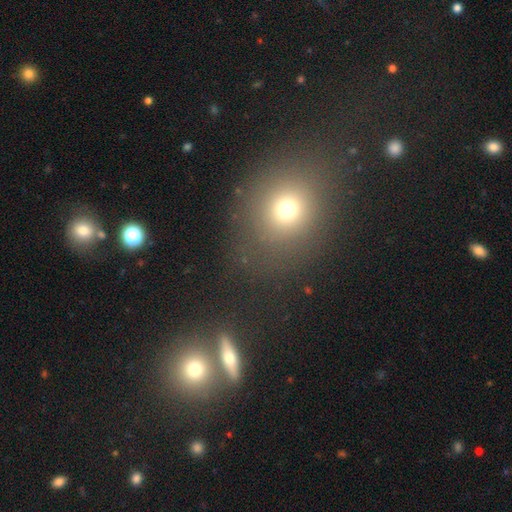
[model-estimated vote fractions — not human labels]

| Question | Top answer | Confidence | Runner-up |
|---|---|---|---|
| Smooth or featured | smooth | 59% | star or artifact (29%) |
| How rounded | round | 66% | in between (32%) |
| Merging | none | 75% | minor disturbance (11%) |